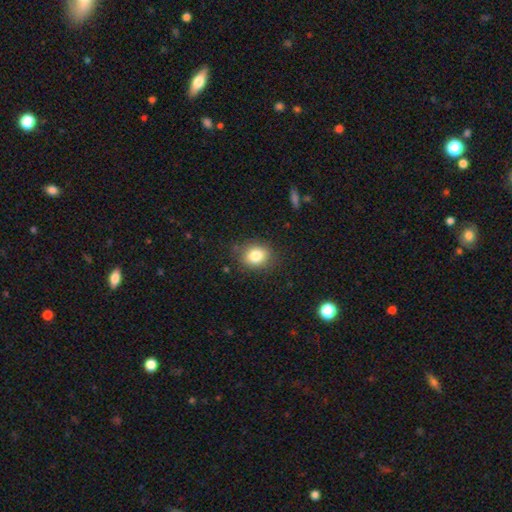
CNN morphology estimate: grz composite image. It shows a smooth galaxy with no disk features (82%) that is round (57%). Merging: none (83%).